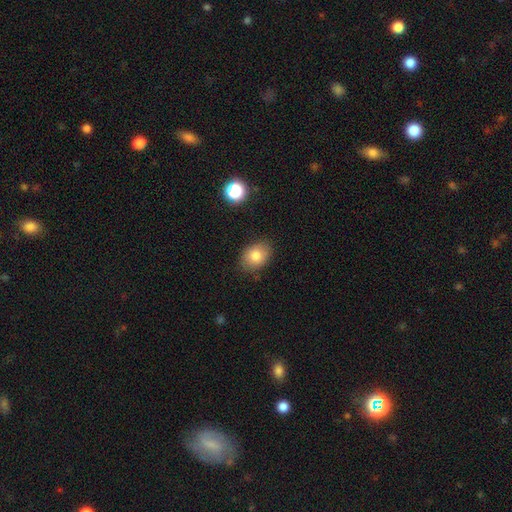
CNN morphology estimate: A smooth galaxy with no disk features (81%) that is in between round and cigar-shaped (72%). Merging: none (82%).